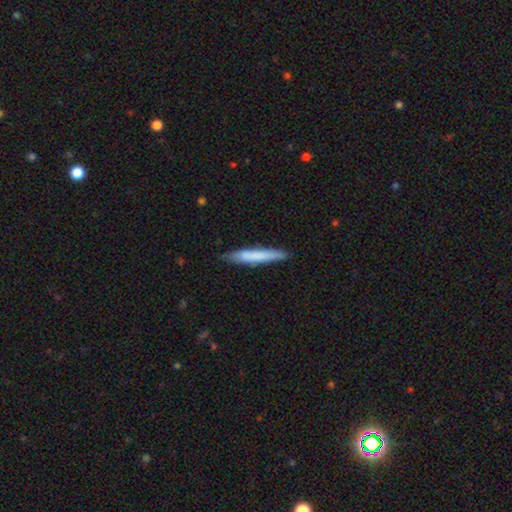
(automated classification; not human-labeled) Smooth or featured? smooth (71%)
How rounded? cigar-shaped (94%)
Merging? none (85%)